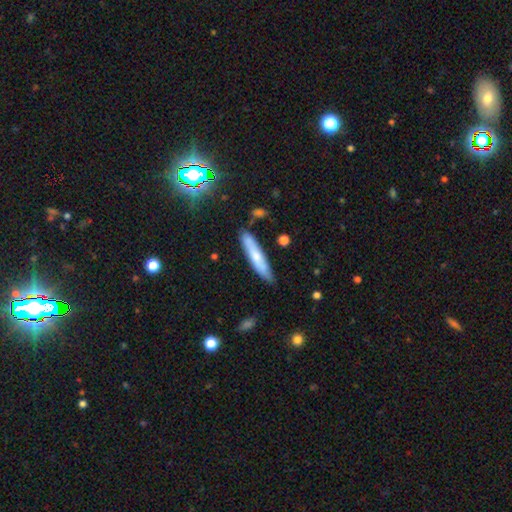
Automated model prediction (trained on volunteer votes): smooth 63%, featured or disk 29%, star or artifact 8%. Down the decision tree: how rounded — cigar-shaped (89%); merging — none (81%).